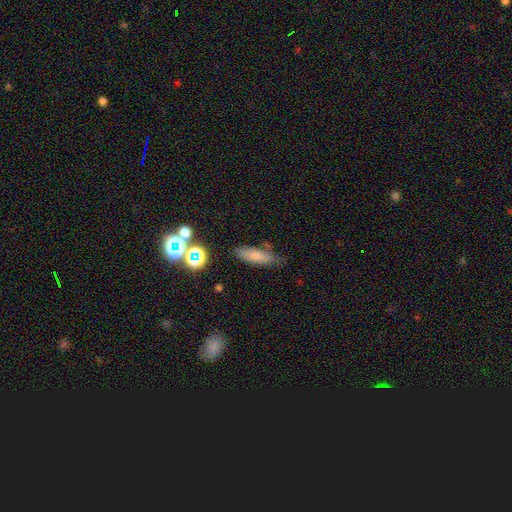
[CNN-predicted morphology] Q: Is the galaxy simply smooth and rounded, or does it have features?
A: smooth — 73%.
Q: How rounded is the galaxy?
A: in between — 53%.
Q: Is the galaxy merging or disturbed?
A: none — 69%.